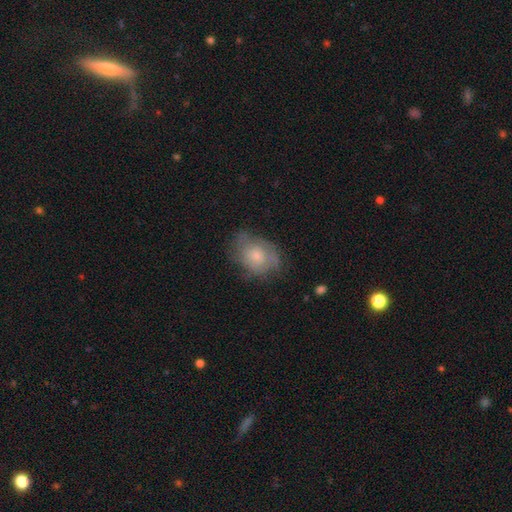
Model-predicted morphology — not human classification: smooth_or_featured: smooth (p=0.50) [alt: featured or disk p=0.41]
merging: none (p=0.60) [alt: minor disturbance p=0.27]